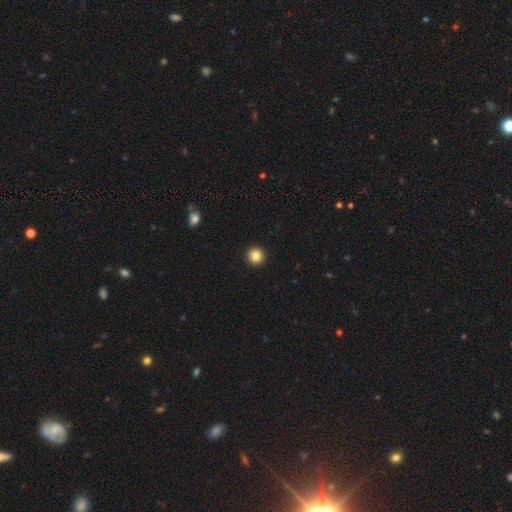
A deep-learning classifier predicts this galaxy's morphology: Smooth or featured? smooth (85%)
How rounded? round (95%)
Merging? none (94%)